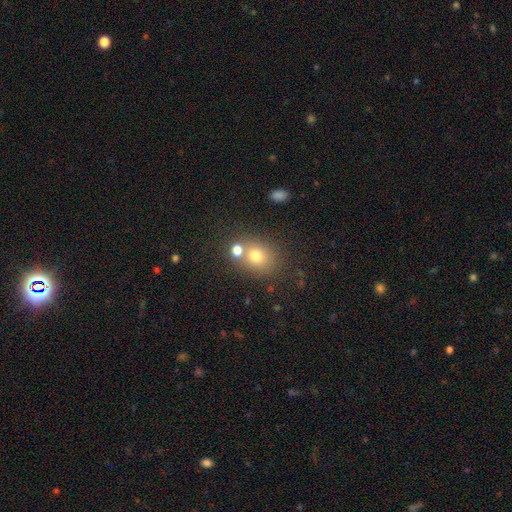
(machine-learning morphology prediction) Overall: smooth (73%). How rounded: round (64%; in between 35%). Merging: none (59%; merger 25%).